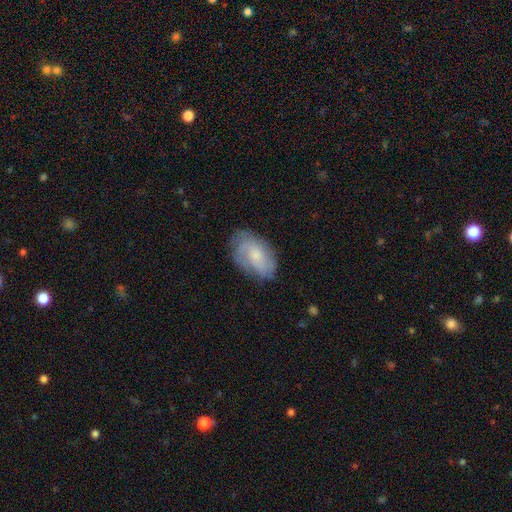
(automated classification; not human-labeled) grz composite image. It shows a featured or disk galaxy (46%, tied with smooth). Merging: none (70%).